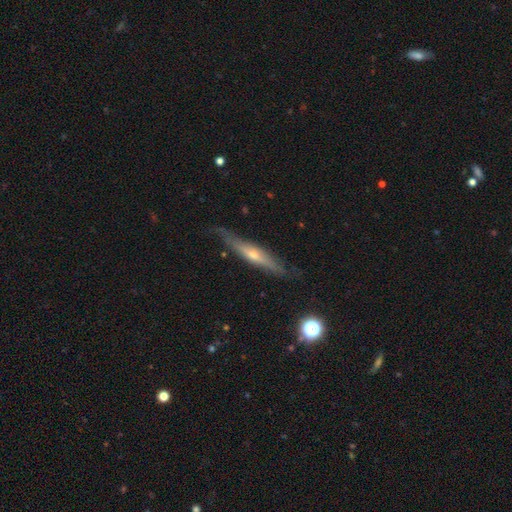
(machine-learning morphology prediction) A featured or disk galaxy (67%) viewed edge-on (92%) with a rounded central bulge (73%). Merging: none (82%).